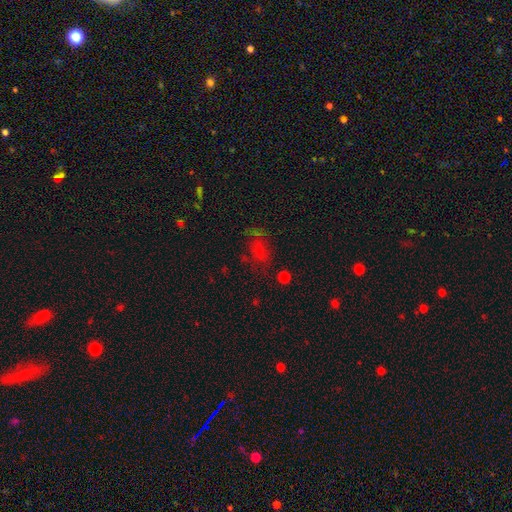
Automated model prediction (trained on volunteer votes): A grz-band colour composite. It shows a smooth galaxy with no disk features (42%). Merging: none (56%).